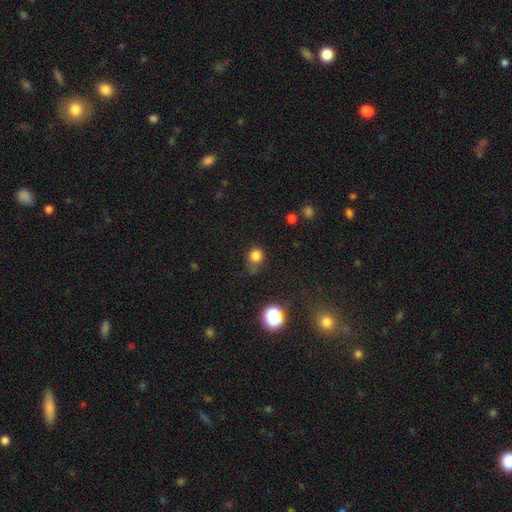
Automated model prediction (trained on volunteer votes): Smooth or featured? Predicted: smooth (p=0.80). How rounded? Predicted: round (p=0.83). Merging? Predicted: none (p=0.56).